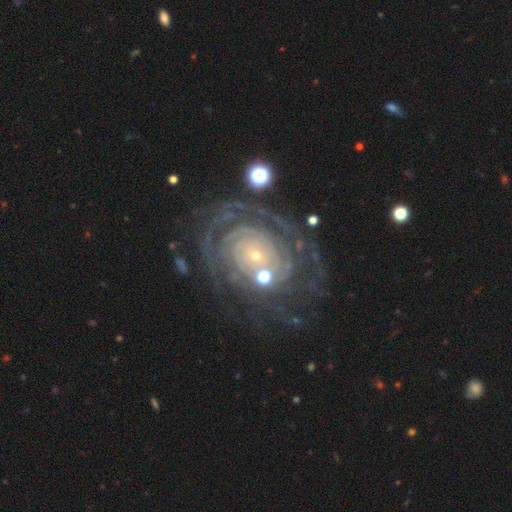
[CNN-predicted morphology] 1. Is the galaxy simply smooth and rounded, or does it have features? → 87% featured or disk, 7% star or artifact, 6% smooth.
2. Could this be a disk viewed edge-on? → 97% no, 3% yes.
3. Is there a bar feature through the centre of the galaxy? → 81% no, 13% weak, 6% strong.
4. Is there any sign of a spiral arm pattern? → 95% yes, 5% no.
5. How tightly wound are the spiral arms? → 83% tight, 13% medium, 4% loose.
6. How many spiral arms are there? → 35% can't tell, 15% 4, 15% more than 4, 14% 2, 13% 3, 7% 1.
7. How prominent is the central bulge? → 85% small, 10% moderate, 2% none, 2% large, 1% dominant.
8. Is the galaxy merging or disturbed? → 68% none, 17% minor disturbance, 10% major disturbance, 5% merger.